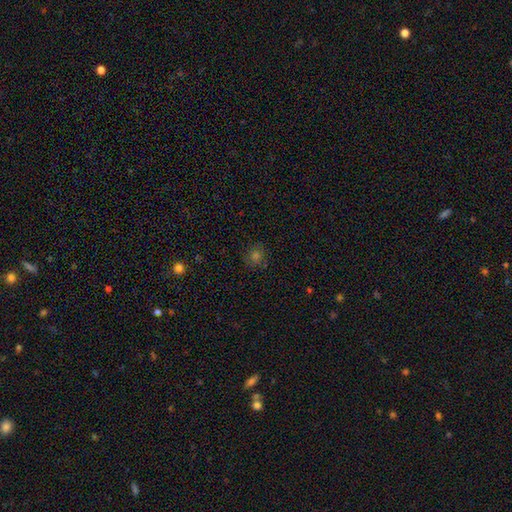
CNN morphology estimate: A smooth galaxy with no disk features (59%) that is round (87%).

Vote fractions:
- Smooth or featured? smooth: 59% / star or artifact: 30% / featured or disk: 11%
- How rounded? round: 87% / in between: 12% / cigar-shaped: 1%
- Merging? none: 86% / minor disturbance: 9% / major disturbance: 3% / merger: 1%